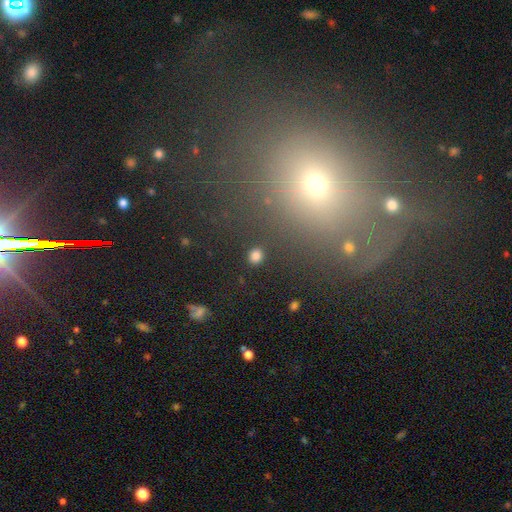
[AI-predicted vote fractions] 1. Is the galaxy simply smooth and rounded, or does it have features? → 82% smooth, 14% star or artifact, 4% featured or disk.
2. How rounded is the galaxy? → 80% round, 18% in between, 1% cigar-shaped.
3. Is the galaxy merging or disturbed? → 90% none, 6% minor disturbance, 2% major disturbance, 2% merger.